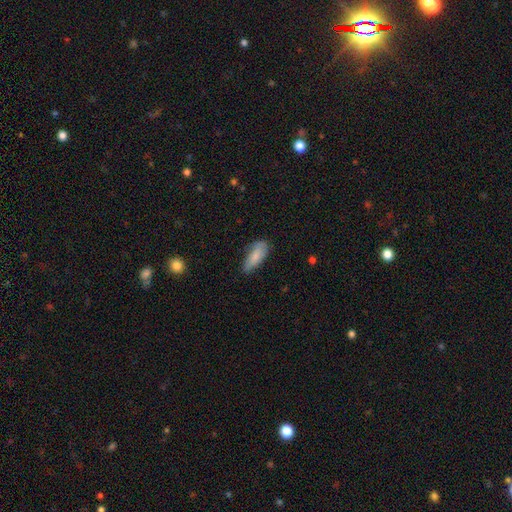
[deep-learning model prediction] The model was most divided on "merging": none: 65%, minor disturbance: 27%, major disturbance: 6%, merger: 2%. More confident: smooth or featured — smooth (78%); how rounded — in between (76%).